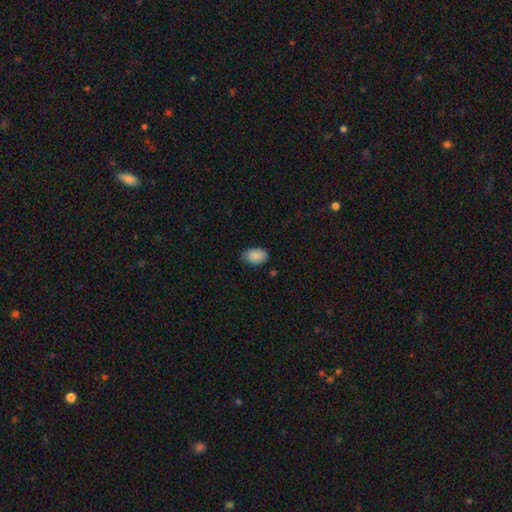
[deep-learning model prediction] Smooth or featured?
  - smooth: 89% *
  - star or artifact: 7%
  - featured or disk: 4%
How rounded?
  - in between: 86% *
  - round: 13%
  - cigar-shaped: 1%
Merging?
  - none: 76% *
  - minor disturbance: 20%
  - major disturbance: 3%
  - merger: 1%